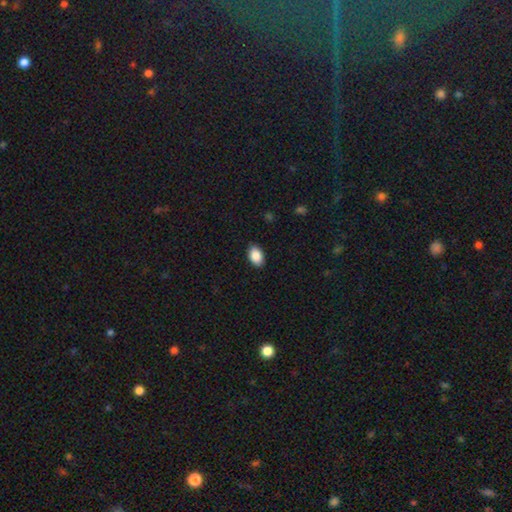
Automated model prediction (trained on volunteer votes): Overall: smooth (89%). How rounded: in between (89%). Merging: none (88%).